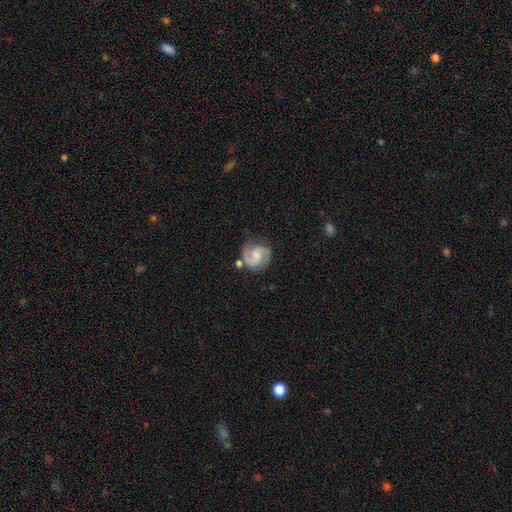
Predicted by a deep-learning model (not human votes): Smooth or featured: featured or disk — 81% (smooth — 14%)
Edge-on disk: no — 98% (yes — 2%)
Bar: weak — 49% (no — 41%)
Spiral arms: yes — 96% (no — 4%)
Spiral winding: medium — 55% (tight — 23%)
Spiral arm count: 2 — 91% (can't tell — 3%)
Bulge size: small — 39% (moderate — 35%)
Merging: none — 73% (minor disturbance — 17%)